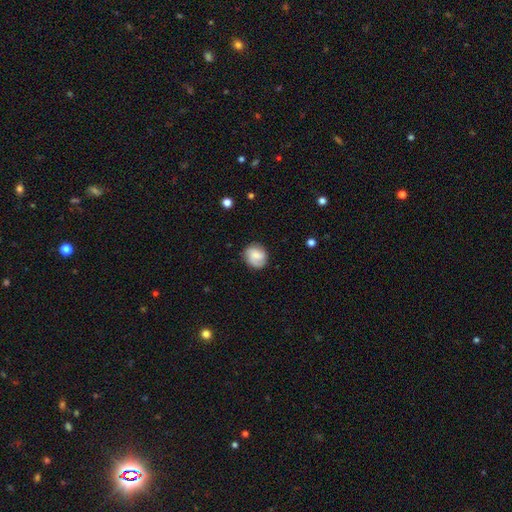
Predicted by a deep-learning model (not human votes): Overall: smooth (59%; featured or disk 33%). How rounded: round (74%). Merging: none (77%).